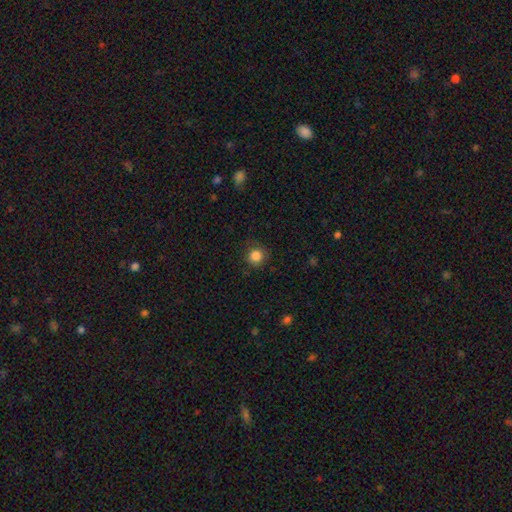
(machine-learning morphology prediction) Smooth or featured?
  - smooth: 85% *
  - star or artifact: 11%
  - featured or disk: 4%
How rounded?
  - round: 93% *
  - in between: 6%
  - cigar-shaped: 1%
Merging?
  - none: 86% *
  - minor disturbance: 10%
  - major disturbance: 3%
  - merger: 1%